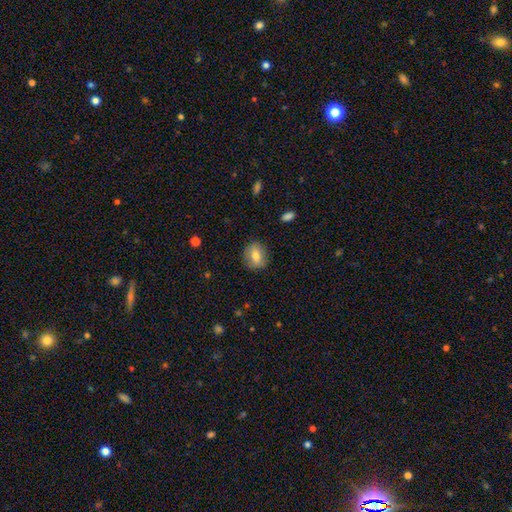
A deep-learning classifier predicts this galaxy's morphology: smooth_or_featured: smooth (p=0.72) [alt: featured or disk p=0.20]
how_rounded: round (p=0.53) [alt: in between p=0.45]
merging: none (p=0.84) [alt: minor disturbance p=0.12]